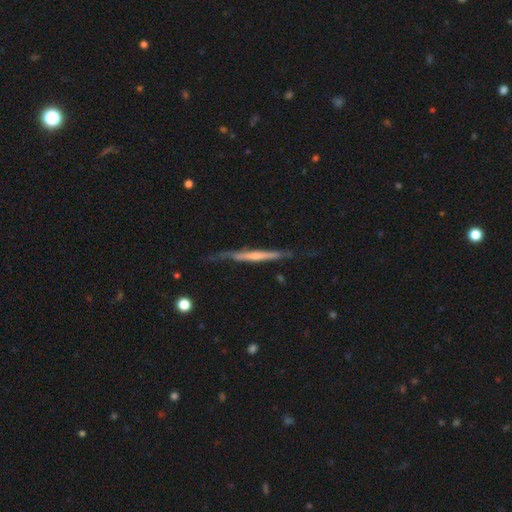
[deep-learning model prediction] Overall: featured or disk (71%). Edge-on disk: yes (95%). Edge-on bulge: rounded (47%; none 42%). Merging: none (78%).